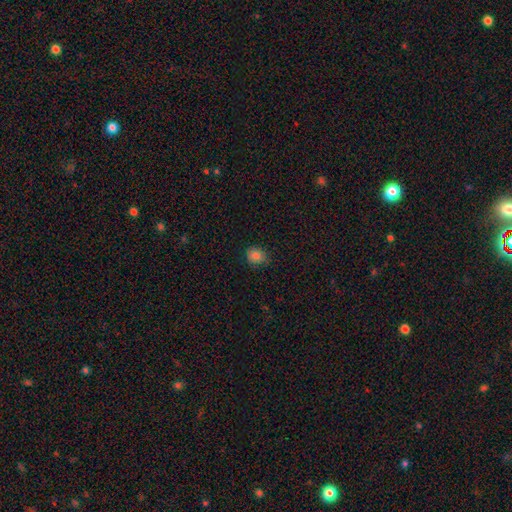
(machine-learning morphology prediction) Smooth or featured? smooth (84%)
How rounded? round (71%)
Merging? none (82%)